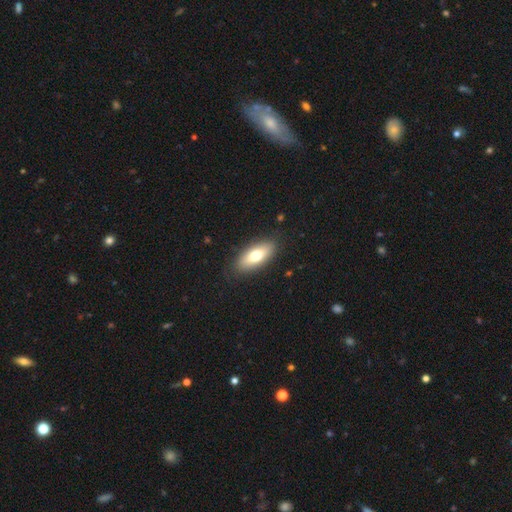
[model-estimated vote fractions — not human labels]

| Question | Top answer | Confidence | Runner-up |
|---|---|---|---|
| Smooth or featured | smooth | 69% | featured or disk (24%) |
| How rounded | in between | 81% | cigar-shaped (16%) |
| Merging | none | 87% | minor disturbance (10%) |